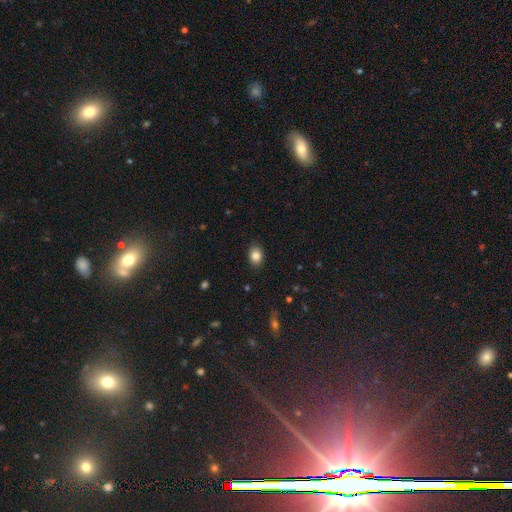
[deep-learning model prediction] Smooth or featured: smooth — 85% (star or artifact — 9%)
How rounded: in between — 65% (round — 34%)
Merging: none — 87% (minor disturbance — 9%)